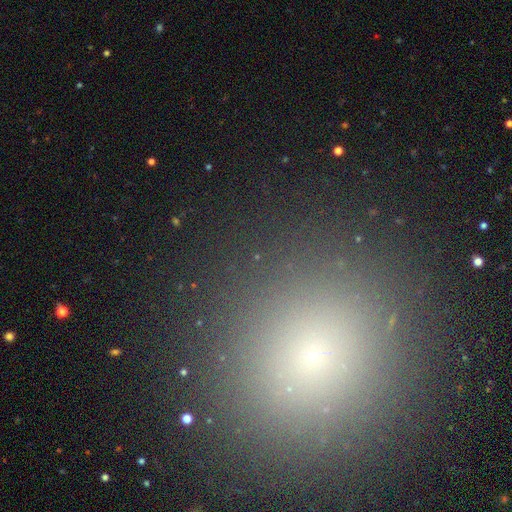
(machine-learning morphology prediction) A smooth galaxy with no disk features (61%) that is round (89%). Merging: none (90%).